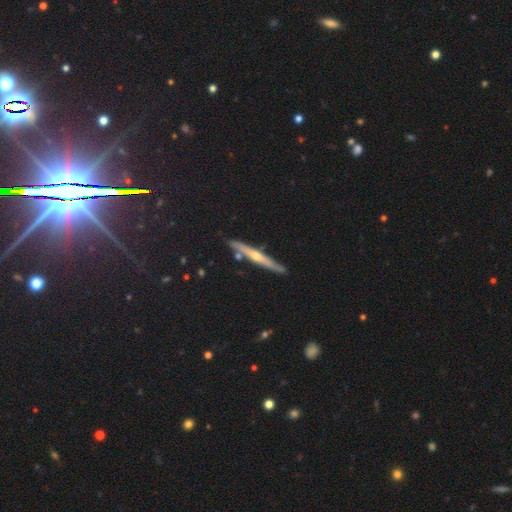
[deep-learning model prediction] smooth-or-featured: featured or disk: 73% | smooth: 18% | star or artifact: 9%
  disk-edge-on: yes: 96% | no: 4%
    edge-on-bulge: rounded: 80% | none: 15% | boxy: 5%
  merging: none: 86% | minor disturbance: 10% | merger: 2% | major disturbance: 2%